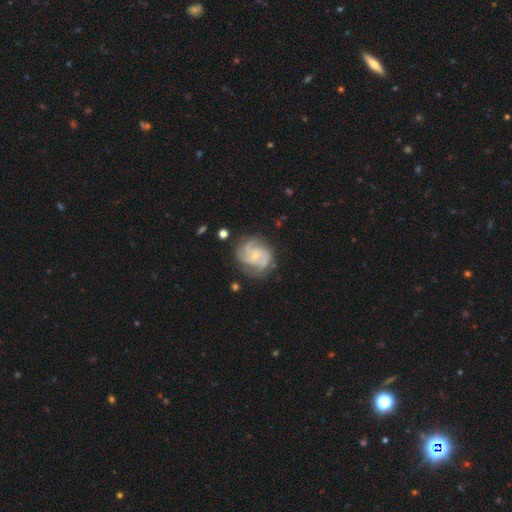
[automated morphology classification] Smooth or featured: featured or disk — 85% (smooth — 10%)
Edge-on disk: no — 98% (yes — 2%)
Bar: no — 67% (weak — 28%)
Spiral arms: yes — 96% (no — 4%)
Spiral winding: tight — 55% (medium — 37%)
Spiral arm count: 3 — 37% (2 — 31%)
Bulge size: small — 67% (moderate — 24%)
Merging: none — 71% (minor disturbance — 19%)